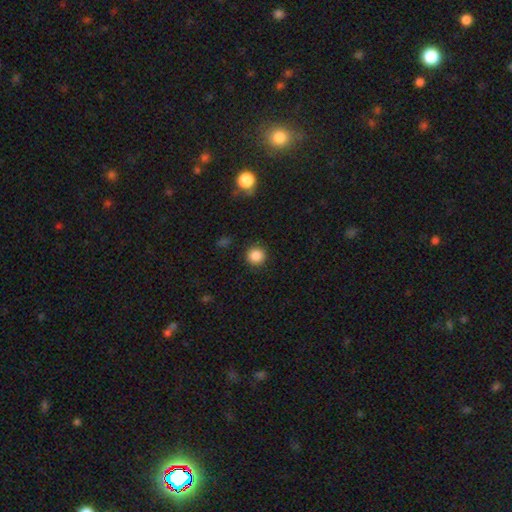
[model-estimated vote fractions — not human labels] This appears to be a smooth galaxy with no disk features (86%) that is round (94%). Merging: none (90%).